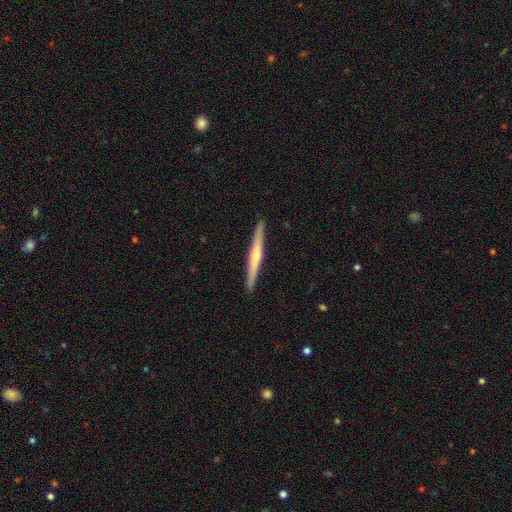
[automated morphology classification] Overall: featured or disk (66%; smooth 29%). Edge-on disk: yes (98%). Edge-on bulge: rounded (75%). Merging: none (92%).